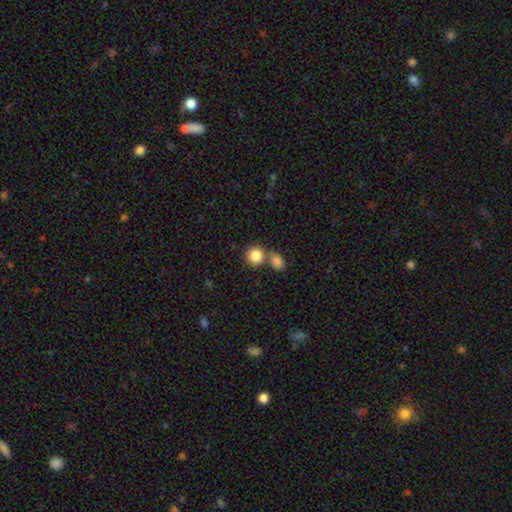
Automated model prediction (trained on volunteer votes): Overall: smooth (85%). How rounded: round (86%). Merging: none (53%; merger 36%).